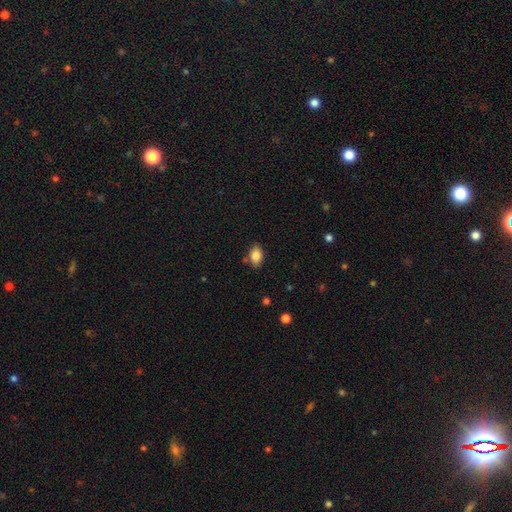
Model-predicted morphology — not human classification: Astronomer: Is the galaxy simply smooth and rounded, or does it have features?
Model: smooth — 84%.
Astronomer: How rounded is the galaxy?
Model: in between — 86%.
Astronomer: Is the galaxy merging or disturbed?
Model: none — 80%.